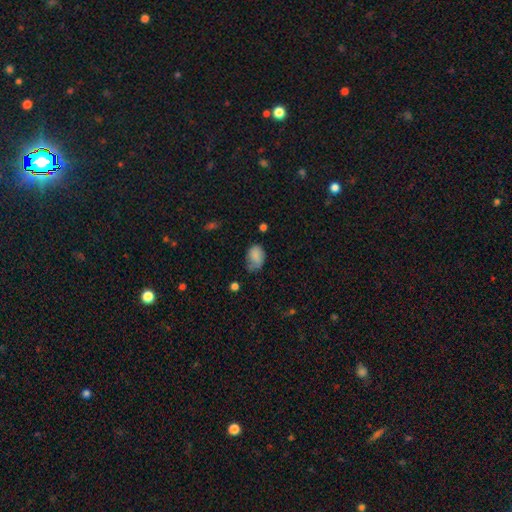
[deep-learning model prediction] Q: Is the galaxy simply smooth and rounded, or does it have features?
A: smooth — 80%.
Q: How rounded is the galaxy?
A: in between — 78%.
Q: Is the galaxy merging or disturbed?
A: none — 45%.